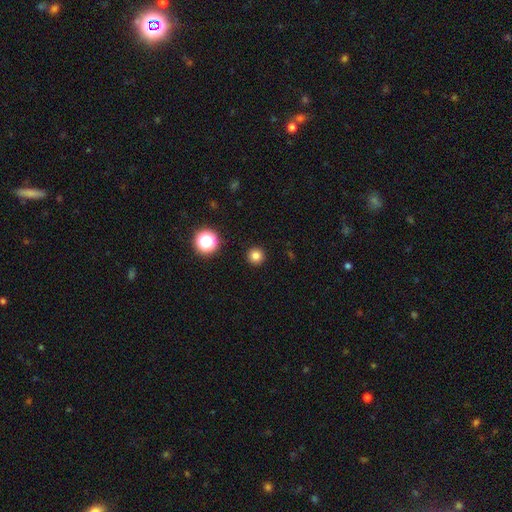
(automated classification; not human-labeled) smooth-or-featured: smooth: 81% | star or artifact: 14% | featured or disk: 5%
  how-rounded: round: 96% | in between: 3% | cigar-shaped: 1%
  merging: none: 93% | minor disturbance: 4% | major disturbance: 2% | merger: 1%